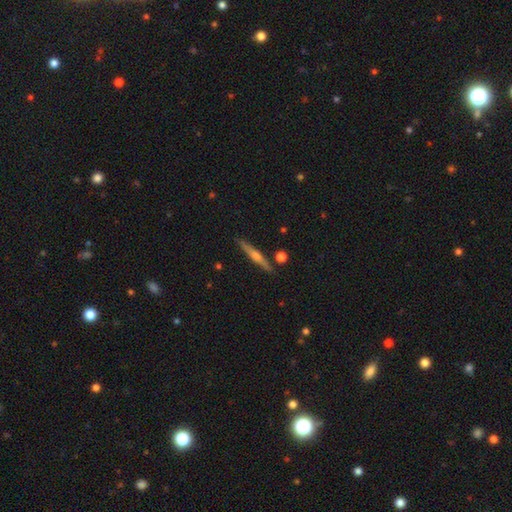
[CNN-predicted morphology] type=featured or disk (66%); edge-on=yes (97%); edge-on bulge=rounded (79%); merging=none (88%).